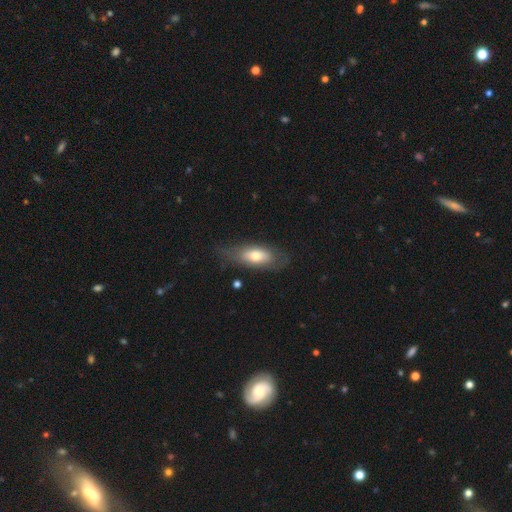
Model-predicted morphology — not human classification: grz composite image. It shows a smooth galaxy with no disk features (62%) that is in between round and cigar-shaped (79%). Merging: none (66%).